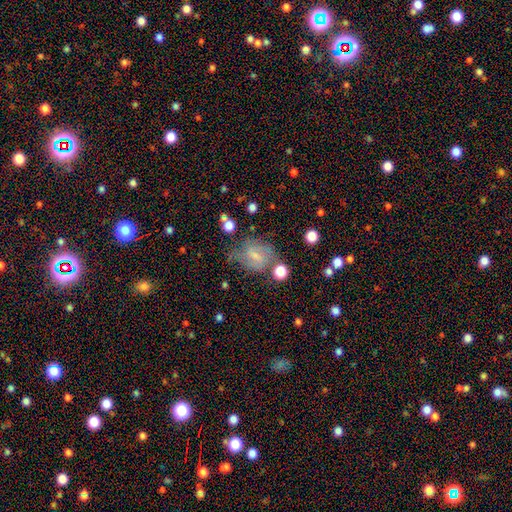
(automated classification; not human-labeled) A smooth galaxy with no disk features (44%, tied with featured or disk).

Vote fractions:
- Smooth or featured? smooth: 44% (tied) / featured or disk: 44% (tied) / star or artifact: 13%
- Merging? none: 53% / minor disturbance: 25% / major disturbance: 15% / merger: 7%